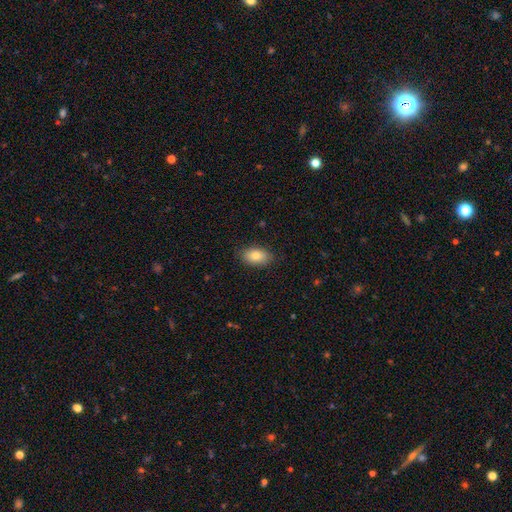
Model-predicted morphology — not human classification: The model was most divided on "smooth or featured": smooth: 81%, featured or disk: 11%, star or artifact: 8%. More confident: how rounded — in between (90%); merging — none (86%).